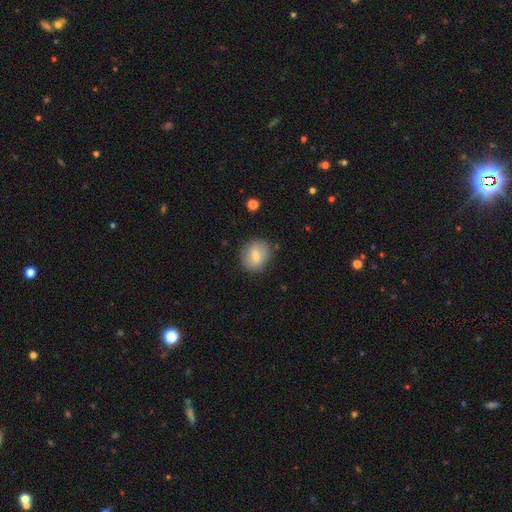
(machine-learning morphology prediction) A smooth galaxy with no disk features (72%) that is round (67%).

Vote fractions:
- Smooth or featured? smooth: 72% / featured or disk: 21% / star or artifact: 8%
- How rounded? round: 67% / in between: 32% / cigar-shaped: 1%
- Merging? none: 84% / minor disturbance: 11% / major disturbance: 3% / merger: 1%